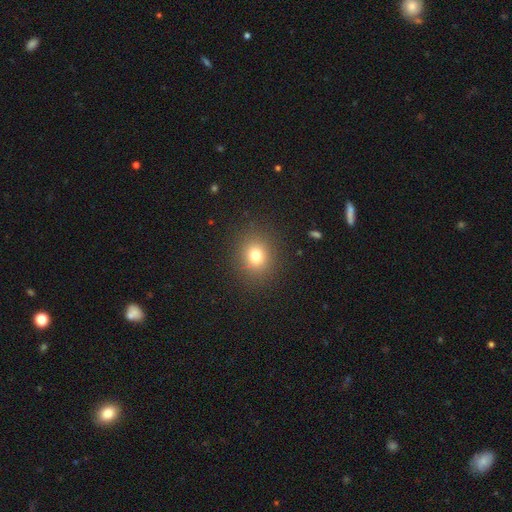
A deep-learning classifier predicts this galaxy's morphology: The model was most divided on "how rounded": round: 74%, in between: 25%, cigar-shaped: 1%. More confident: merging — none (88%); smooth or featured — smooth (76%).